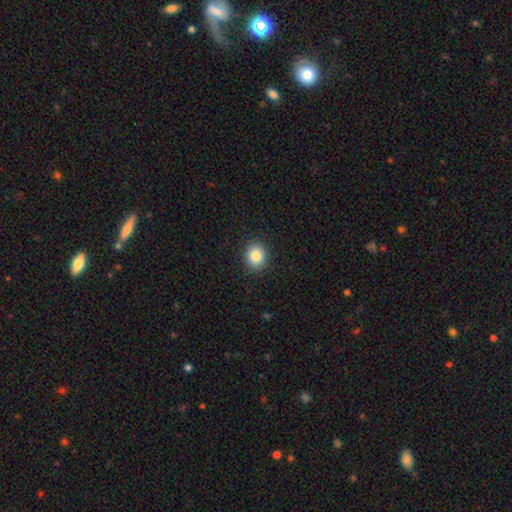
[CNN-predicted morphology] Smooth or featured? Predicted: smooth (p=0.85). How rounded? Predicted: round (p=0.70). Merging? Predicted: none (p=0.90).